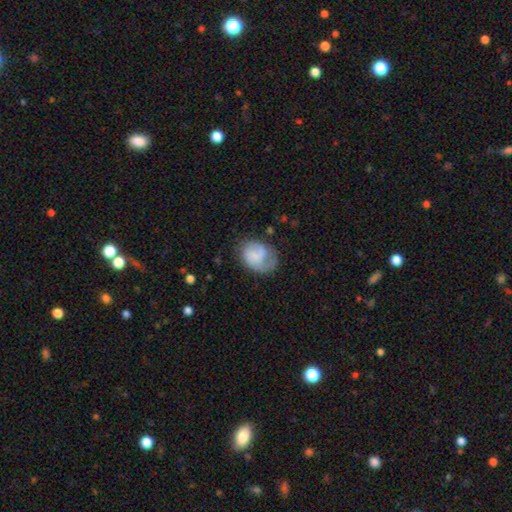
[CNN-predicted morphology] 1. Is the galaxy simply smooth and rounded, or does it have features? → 54% smooth, 38% featured or disk, 8% star or artifact.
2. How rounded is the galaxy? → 59% in between, 40% round, 1% cigar-shaped.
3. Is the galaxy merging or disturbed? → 47% none, 29% minor disturbance, 21% major disturbance, 3% merger.